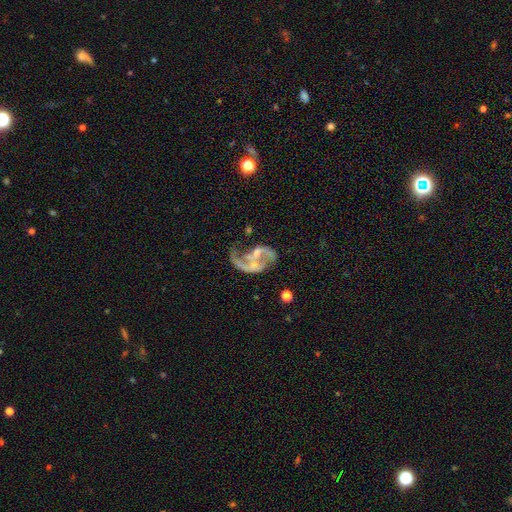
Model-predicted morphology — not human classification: Overall: featured or disk (83%). Edge-on disk: no (98%). Bar: no (57%; weak 33%). Spiral arms: yes (83%). Spiral arm count: 2 (69%). Spiral winding: loose (57%; medium 33%). Bulge size: small (53%; moderate 28%). Merging: merger (30%; major disturbance 29%).